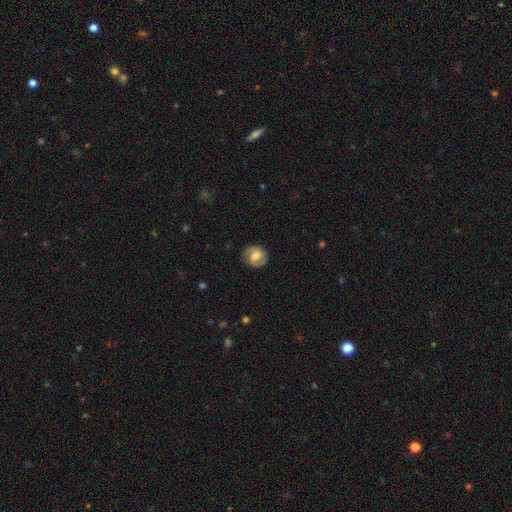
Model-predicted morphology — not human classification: This appears to be a featured or disk galaxy (53%) with a weak bar (47%), spiral arms (82%) and a moderate central bulge (58%). Merging: none (81%).